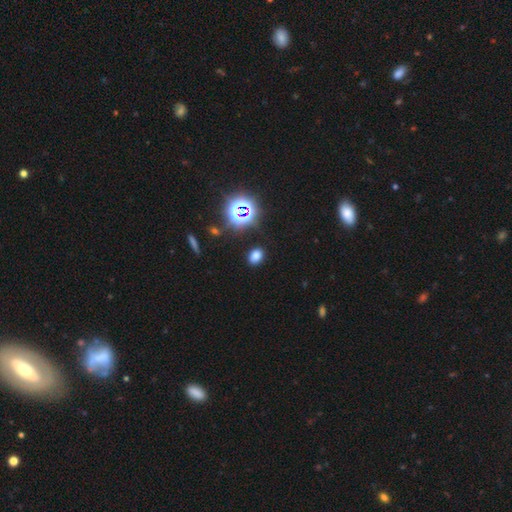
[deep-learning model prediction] The model was most divided on "how rounded": in between: 67%, round: 31%, cigar-shaped: 1%. More confident: merging — none (87%); smooth or featured — smooth (72%).